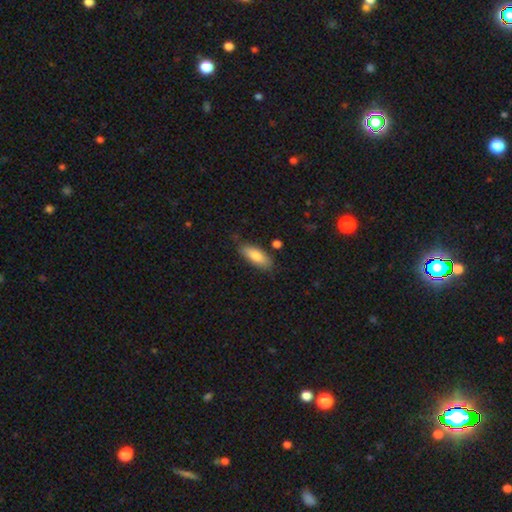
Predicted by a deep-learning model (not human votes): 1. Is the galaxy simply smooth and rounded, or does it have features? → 80% smooth, 14% featured or disk, 6% star or artifact.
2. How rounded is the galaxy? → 71% in between, 27% cigar-shaped, 2% round.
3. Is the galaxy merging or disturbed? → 77% none, 16% minor disturbance, 4% merger, 3% major disturbance.